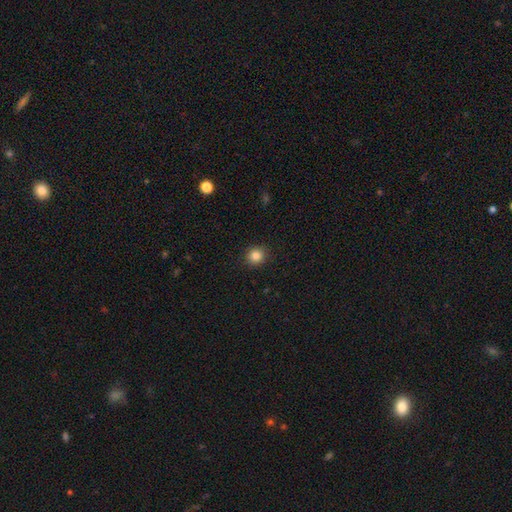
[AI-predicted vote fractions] A smooth galaxy with no disk features (84%) that is round (89%). Merging: none (91%).